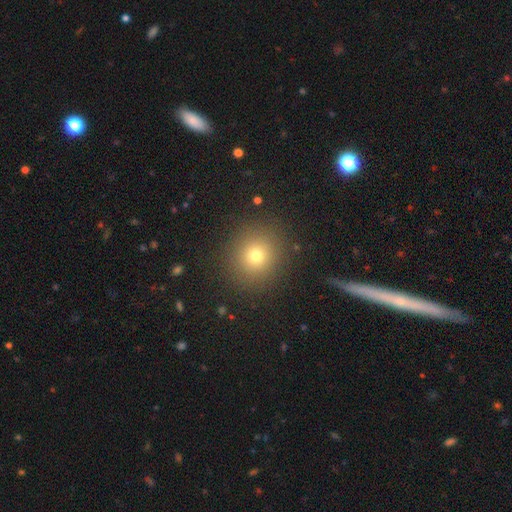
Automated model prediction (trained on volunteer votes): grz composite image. It shows a smooth galaxy with no disk features (73%) that is round (90%). Merging: none (89%).